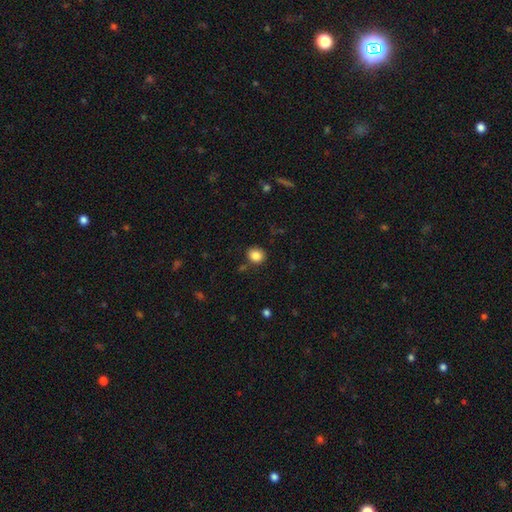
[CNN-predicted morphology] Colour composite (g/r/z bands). It shows a smooth galaxy with no disk features (85%) that is round (74%). Merging: none (83%).